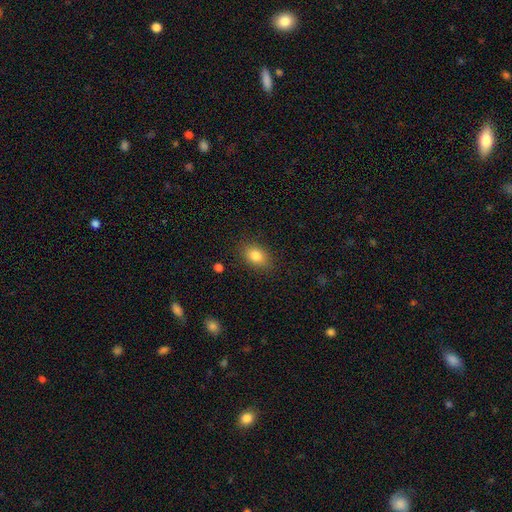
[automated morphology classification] Smooth or featured? Predicted: smooth (p=0.83). How rounded? Predicted: in between (p=0.79). Merging? Predicted: none (p=0.85).